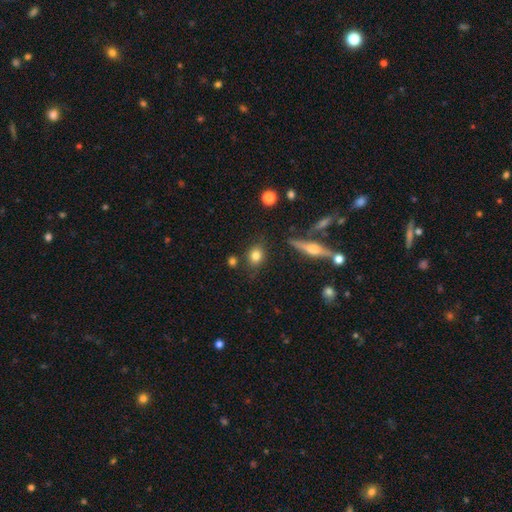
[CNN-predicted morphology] The model was most divided on "how rounded": round: 60%, in between: 37%, cigar-shaped: 3%. More confident: merging — none (80%); smooth or featured — smooth (78%).